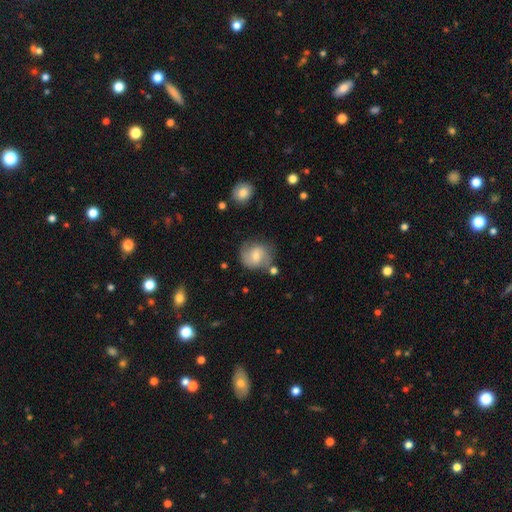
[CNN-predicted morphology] A featured or disk galaxy (48%).

Vote fractions:
- Smooth or featured? featured or disk: 48% / smooth: 44% / star or artifact: 8%
- Merging? none: 65% / minor disturbance: 21% / major disturbance: 8% / merger: 6%